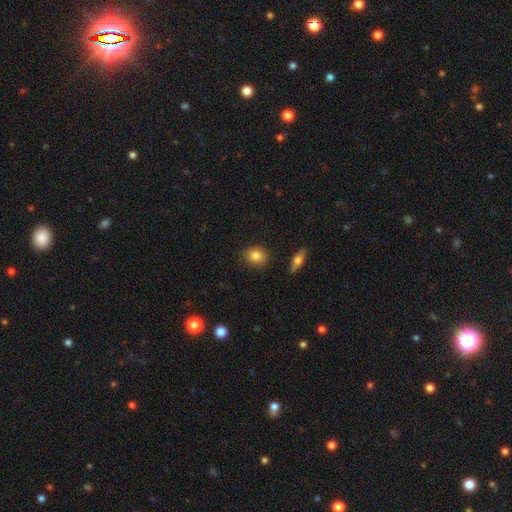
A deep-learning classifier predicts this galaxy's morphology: The model was most divided on "how rounded": round: 70%, in between: 29%, cigar-shaped: 2%. More confident: merging — none (86%); smooth or featured — smooth (84%).